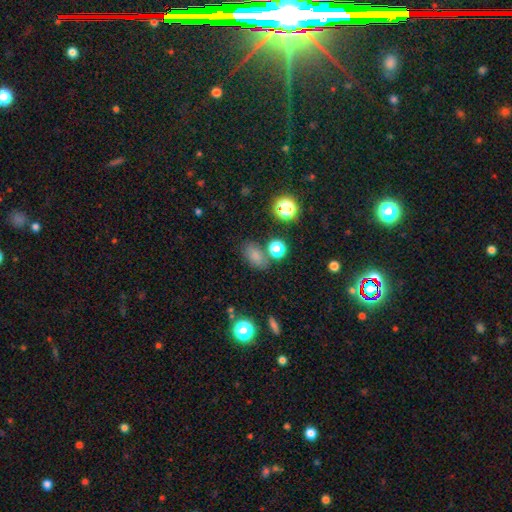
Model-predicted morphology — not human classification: Smooth or featured? Predicted: smooth (p=0.74). How rounded? Predicted: in between (p=0.79). Merging? Predicted: none (p=0.70).